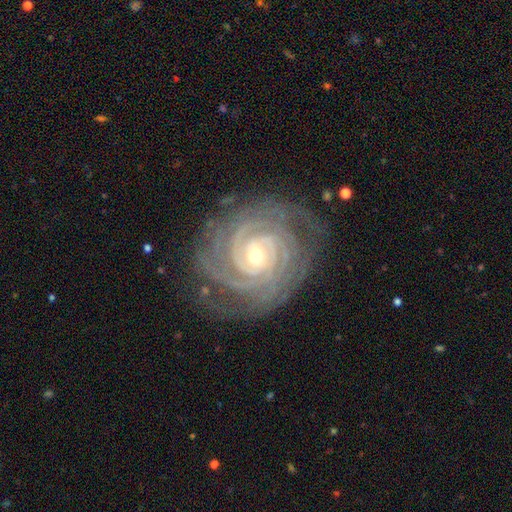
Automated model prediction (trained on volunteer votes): featured or disk 93%, star or artifact 5%, smooth 3%. Down the decision tree: edge-on disk — no (98%); bar — no (54%); spiral arms — yes (99%); spiral arm count — 4 (24%); spiral winding — tight (86%); bulge size — small (57%); merging — none (81%).